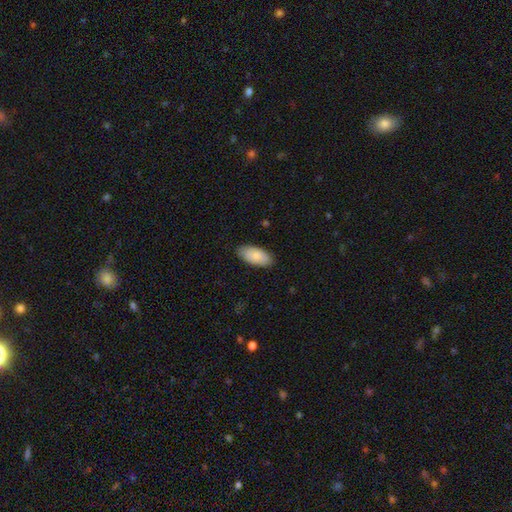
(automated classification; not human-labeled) Smooth or featured? Predicted: smooth (p=0.85). How rounded? Predicted: in between (p=0.93). Merging? Predicted: none (p=0.86).